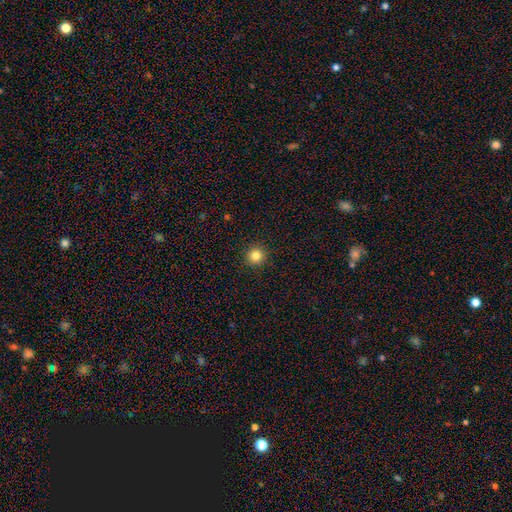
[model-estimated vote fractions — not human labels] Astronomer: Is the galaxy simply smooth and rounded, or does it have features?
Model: smooth — 83%.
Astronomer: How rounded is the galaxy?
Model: round — 96%.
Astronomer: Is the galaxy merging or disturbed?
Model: none — 93%.